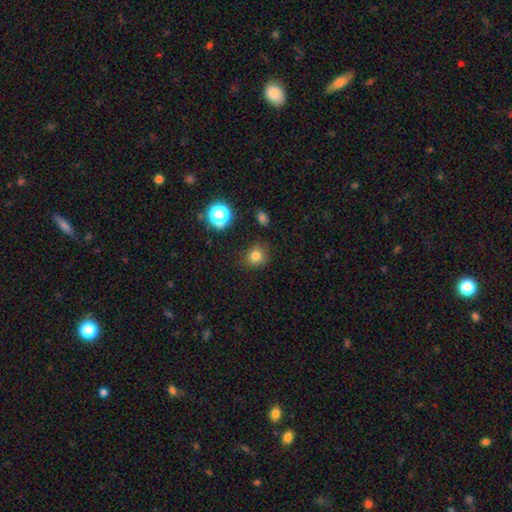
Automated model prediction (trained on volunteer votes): Morphology: type=smooth (78%); roundness=round (85%); merging=none (85%).